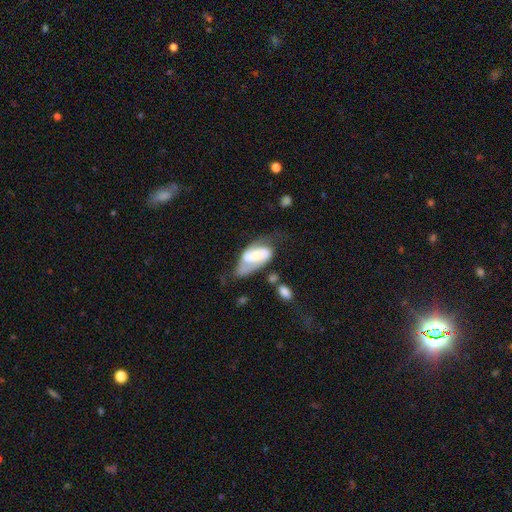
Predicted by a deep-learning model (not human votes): Smooth or featured? featured or disk (67%)
Edge-on disk? no (95%)
Bar? no (53%)
Spiral arms? yes (83%)
Spiral winding? medium (44%)
Spiral arm count? 2 (73%)
Bulge size? moderate (47%)
Merging? none (35%)